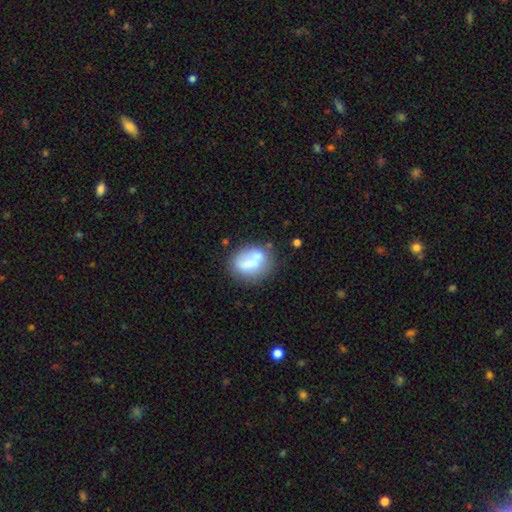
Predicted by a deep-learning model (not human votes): Morphology: type=smooth (63%); roundness=in between (58%); merging=none (51%).